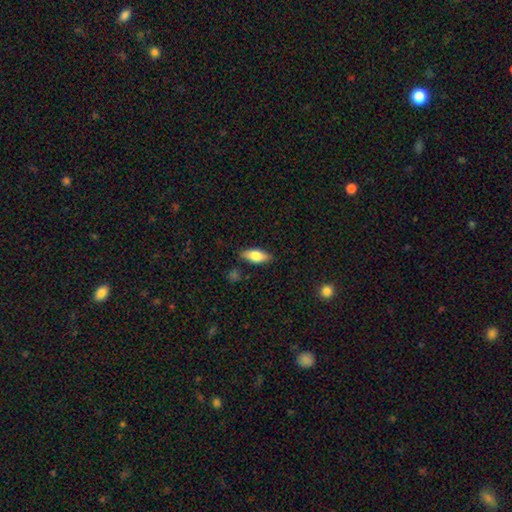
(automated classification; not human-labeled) Smooth or featured?
  - smooth: 74% *
  - featured or disk: 19%
  - star or artifact: 7%
How rounded?
  - in between: 80% *
  - cigar-shaped: 17%
  - round: 3%
Merging?
  - none: 83% *
  - minor disturbance: 12%
  - major disturbance: 3%
  - merger: 2%